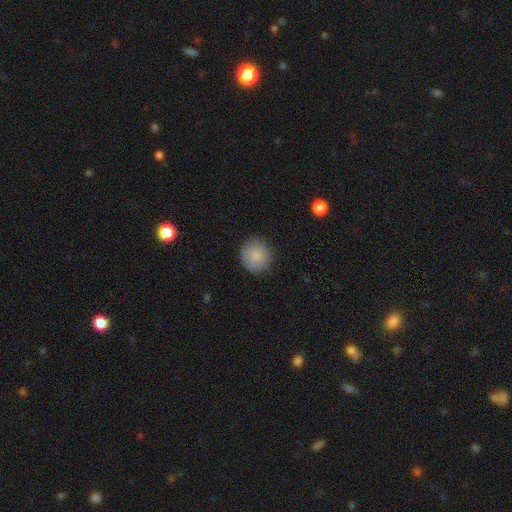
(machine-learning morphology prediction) This appears to be a smooth galaxy with no disk features (86%) that is round (93%). Merging: none (87%).